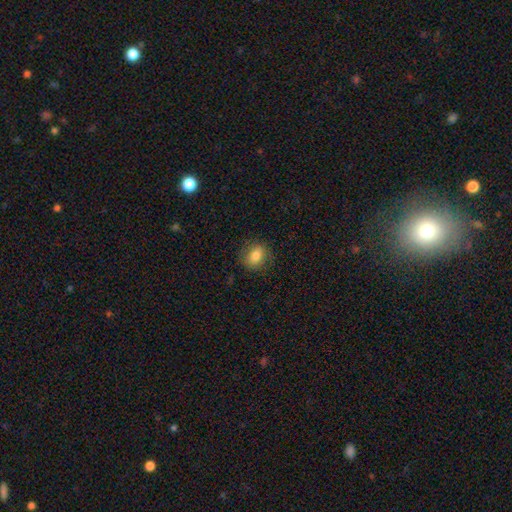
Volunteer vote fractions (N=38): This appears to be a smooth galaxy with no disk features (84%) that is in between round and cigar-shaped (53%). Merging: none (72%).